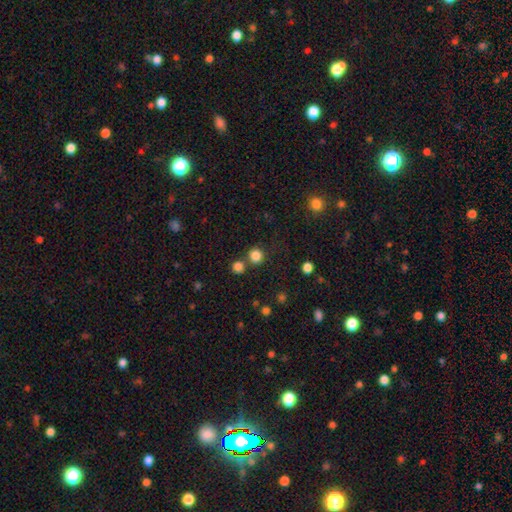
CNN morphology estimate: The model was most divided on "merging": none: 73%, merger: 16%, minor disturbance: 7%, major disturbance: 3%. More confident: how rounded — round (91%); smooth or featured — smooth (82%).